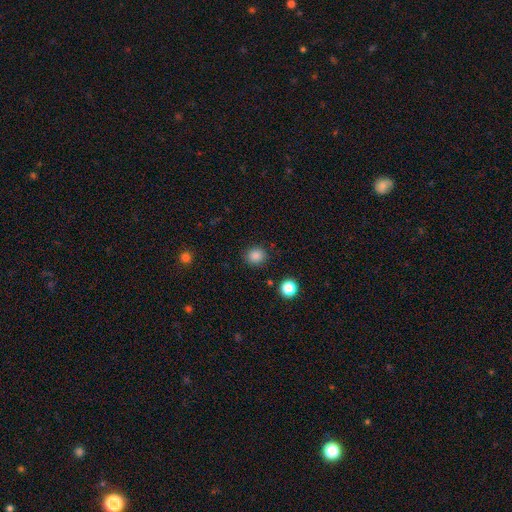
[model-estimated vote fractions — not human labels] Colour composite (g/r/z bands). It shows a smooth galaxy with no disk features (86%) that is round (84%). Merging: none (88%).